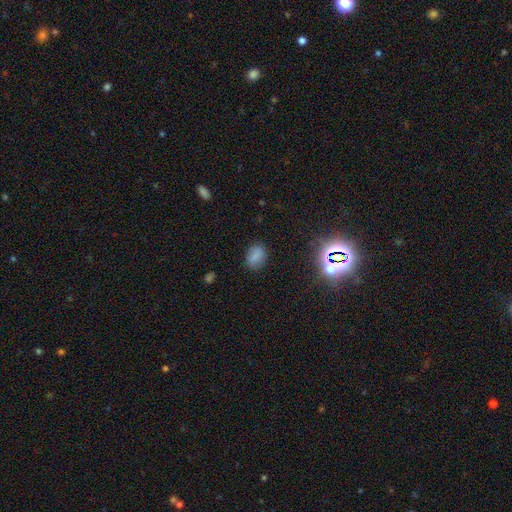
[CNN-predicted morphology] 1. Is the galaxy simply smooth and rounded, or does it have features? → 77% smooth, 15% star or artifact, 8% featured or disk.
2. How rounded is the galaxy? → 68% in between, 30% round, 2% cigar-shaped.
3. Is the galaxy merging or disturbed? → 82% none, 13% minor disturbance, 4% major disturbance, 2% merger.